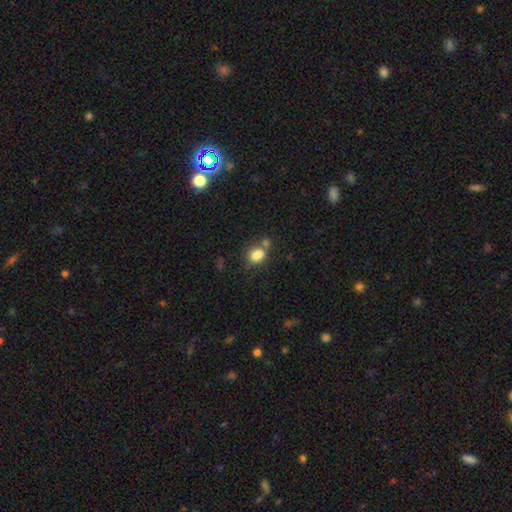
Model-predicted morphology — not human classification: A smooth galaxy with no disk features (80%) that is in between round and cigar-shaped (59%).

Vote fractions:
- Smooth or featured? smooth: 80% / star or artifact: 11% / featured or disk: 9%
- How rounded? in between: 59% / round: 40% / cigar-shaped: 1%
- Merging? none: 46% / merger: 34% / minor disturbance: 14% / major disturbance: 6%